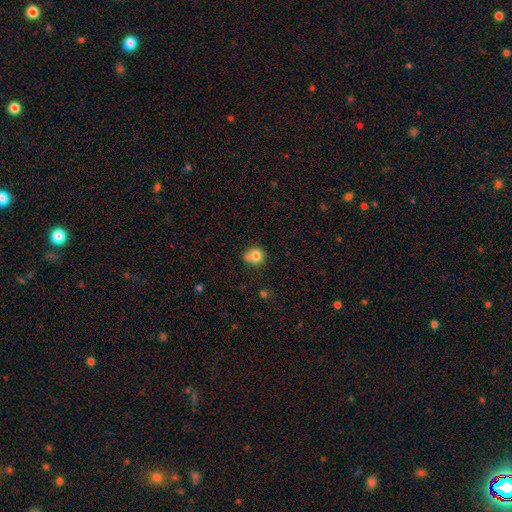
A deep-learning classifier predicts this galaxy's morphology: Smooth or featured: smooth — 80% (star or artifact — 10%)
How rounded: round — 83% (in between — 16%)
Merging: none — 53% (minor disturbance — 21%)